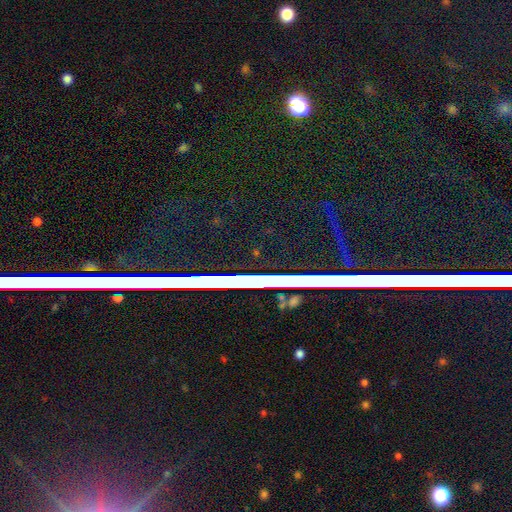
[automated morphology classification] A star or artifact, not a galaxy (82%).

Vote fractions:
- Smooth or featured? star or artifact: 82% / featured or disk: 10% / smooth: 8%